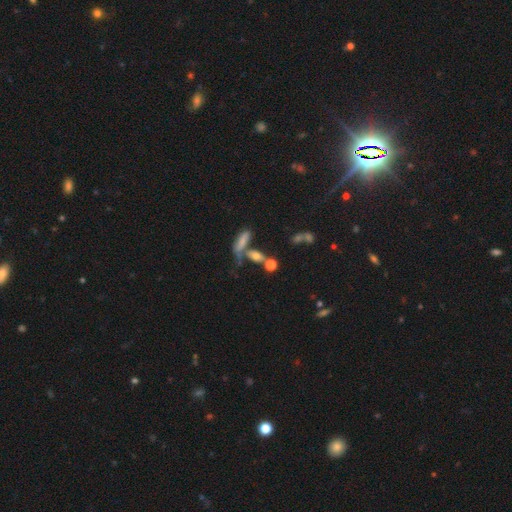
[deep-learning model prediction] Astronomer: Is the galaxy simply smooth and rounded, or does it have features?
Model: smooth — 66%.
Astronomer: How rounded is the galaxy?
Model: in between — 50% (runner-up: round, 25%).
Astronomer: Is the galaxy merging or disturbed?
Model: none — 47% (runner-up: merger, 33%).